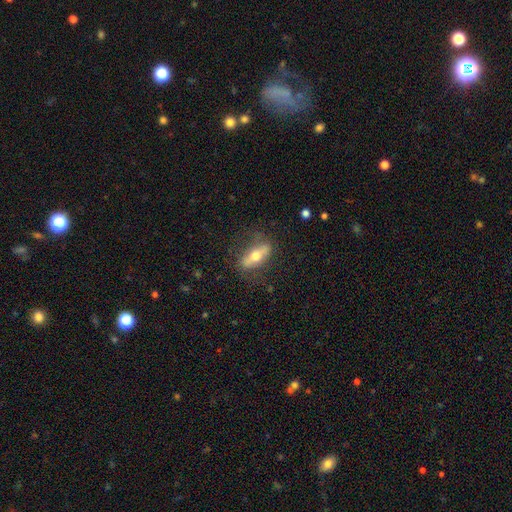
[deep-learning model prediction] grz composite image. It shows a featured or disk galaxy (47%). Merging: none (72%).